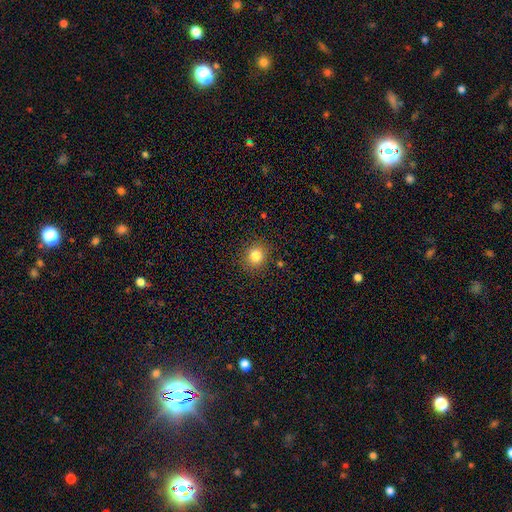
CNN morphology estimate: Smooth or featured? Predicted: smooth (p=0.83). How rounded? Predicted: round (p=0.83). Merging? Predicted: none (p=0.88).